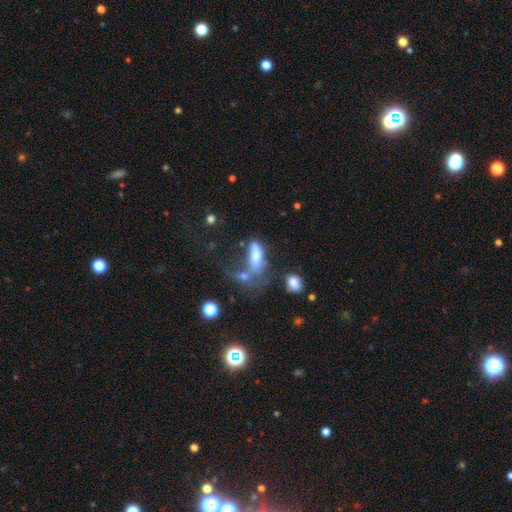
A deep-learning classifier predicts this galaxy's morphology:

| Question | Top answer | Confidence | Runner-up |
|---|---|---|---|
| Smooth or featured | smooth | 71% | featured or disk (18%) |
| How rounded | in between | 70% | cigar-shaped (26%) |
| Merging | merger | 36% | major disturbance (25%) |